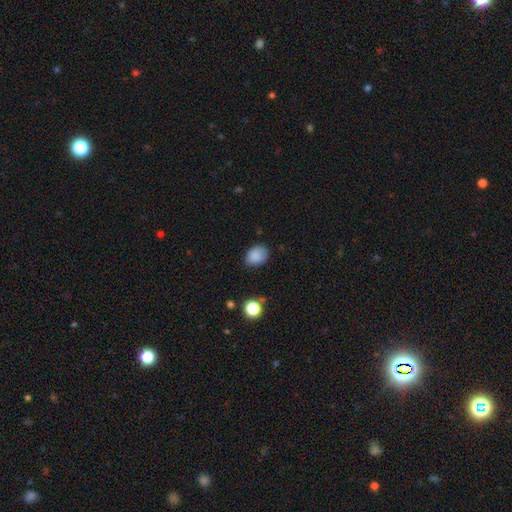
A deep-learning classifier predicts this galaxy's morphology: smooth_or_featured: smooth (p=0.86) [alt: star or artifact p=0.10]
how_rounded: in between (p=0.67) [alt: round p=0.32]
merging: none (p=0.77) [alt: minor disturbance p=0.17]